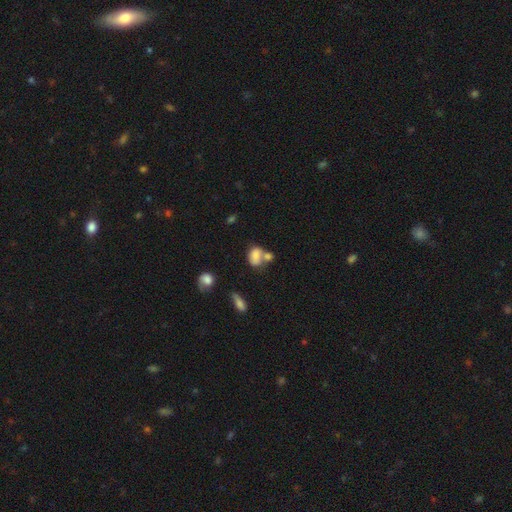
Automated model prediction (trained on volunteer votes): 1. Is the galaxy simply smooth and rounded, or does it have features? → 77% smooth, 13% featured or disk, 10% star or artifact.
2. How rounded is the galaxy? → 74% in between, 24% round, 2% cigar-shaped.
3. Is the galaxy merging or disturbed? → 50% merger, 29% none, 13% minor disturbance, 8% major disturbance.